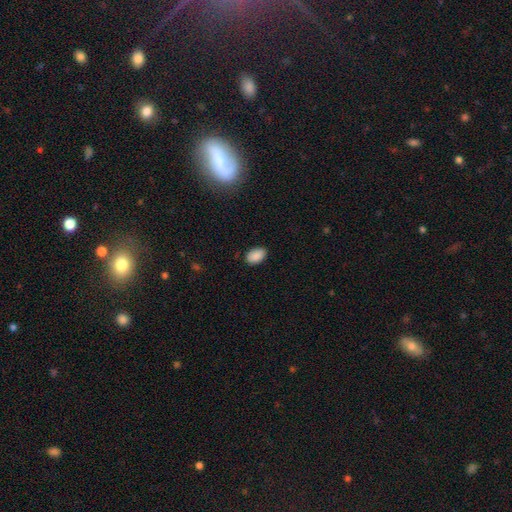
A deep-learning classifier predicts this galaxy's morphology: Smooth or featured: smooth — 90% (star or artifact — 7%)
How rounded: in between — 92% (round — 7%)
Merging: none — 87% (minor disturbance — 10%)